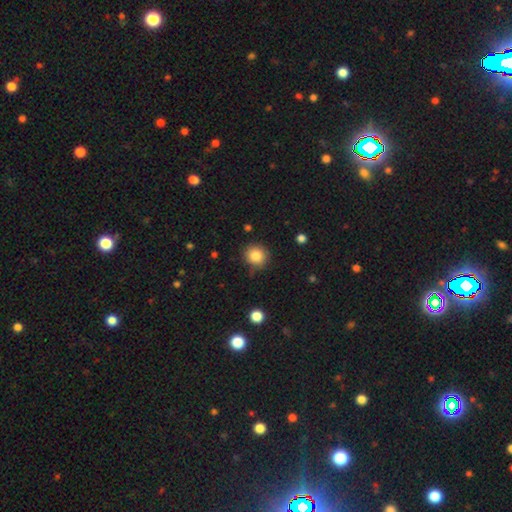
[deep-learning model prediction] A smooth galaxy with no disk features (84%) that is round (88%). Merging: none (85%).